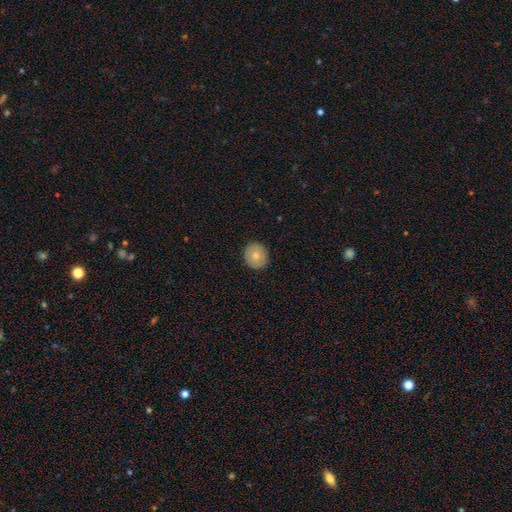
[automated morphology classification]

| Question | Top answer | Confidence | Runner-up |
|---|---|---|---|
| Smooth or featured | smooth | 76% | featured or disk (16%) |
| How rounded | round | 84% | in between (15%) |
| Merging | none | 91% | minor disturbance (7%) |